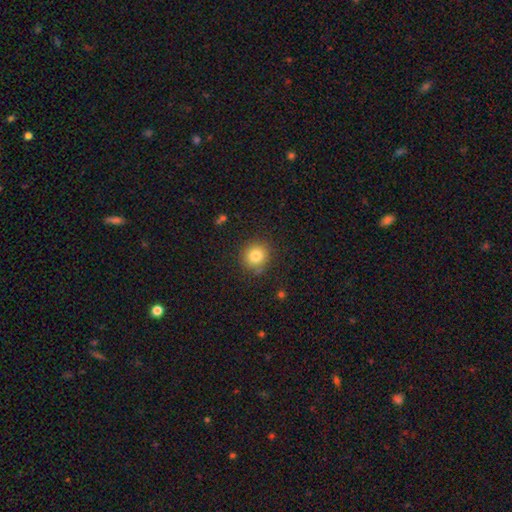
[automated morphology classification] Smooth or featured? Predicted: smooth (p=0.81). How rounded? Predicted: round (p=0.87). Merging? Predicted: none (p=0.84).